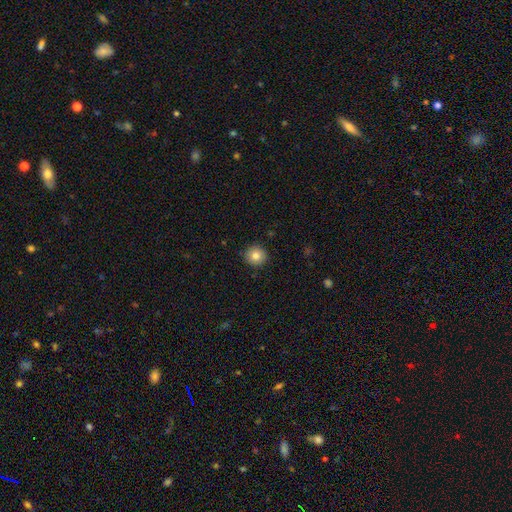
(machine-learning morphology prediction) smooth-or-featured: smooth: 82% | star or artifact: 10% | featured or disk: 8%
  how-rounded: round: 93% | in between: 6% | cigar-shaped: 1%
  merging: none: 91% | minor disturbance: 6% | major disturbance: 2% | merger: 1%